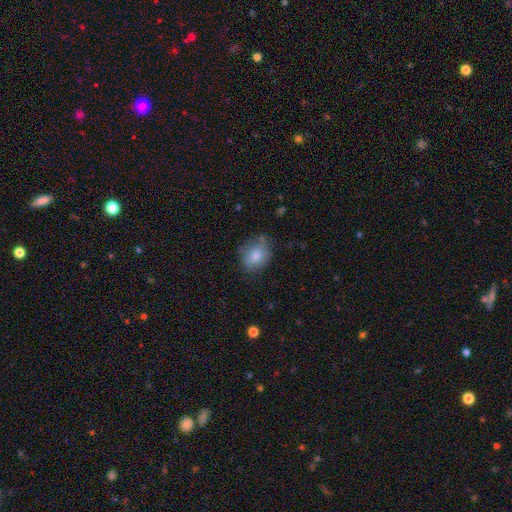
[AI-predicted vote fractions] Overall: smooth (77%). How rounded: round (50%; in between 49%). Merging: none (62%; minor disturbance 27%).